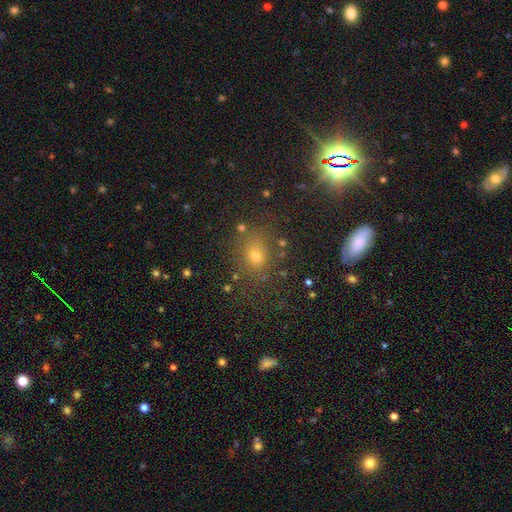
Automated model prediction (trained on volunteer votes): A smooth galaxy with no disk features (65%) that is round (58%).

Vote fractions:
- Smooth or featured? smooth: 65% / star or artifact: 24% / featured or disk: 10%
- How rounded? round: 58% / in between: 41% / cigar-shaped: 1%
- Merging? none: 79% / minor disturbance: 12% / major disturbance: 5% / merger: 4%